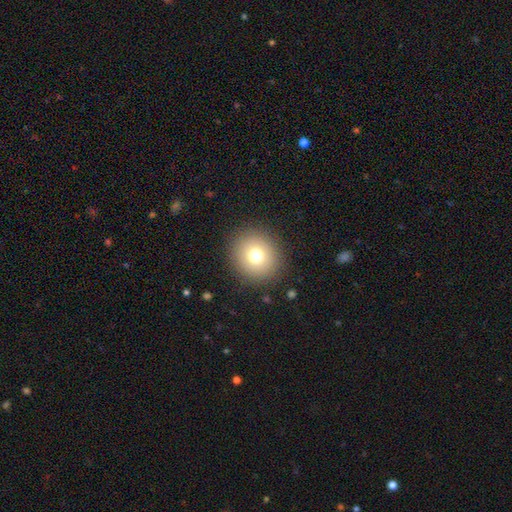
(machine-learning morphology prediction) Overall: smooth (74%). How rounded: round (89%). Merging: none (89%).